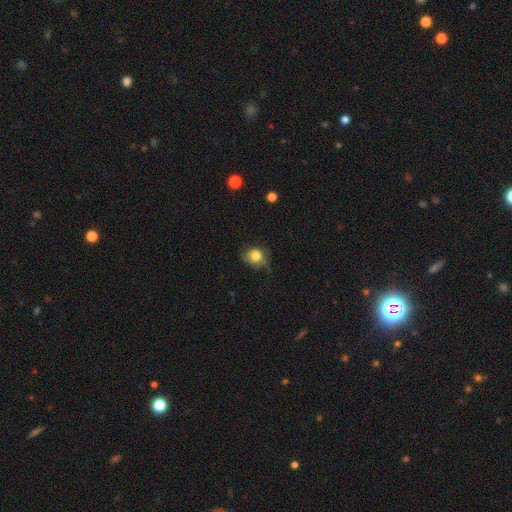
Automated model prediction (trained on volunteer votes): Morphology: type=smooth (78%); roundness=round (73%); merging=none (53%).